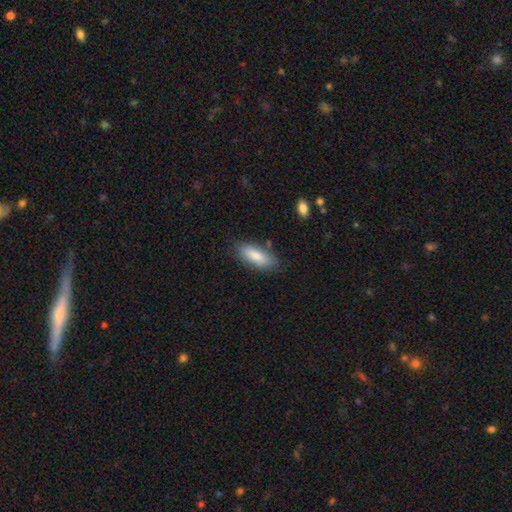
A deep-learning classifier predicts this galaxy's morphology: Overall: smooth (83%). How rounded: in between (74%). Merging: none (80%).